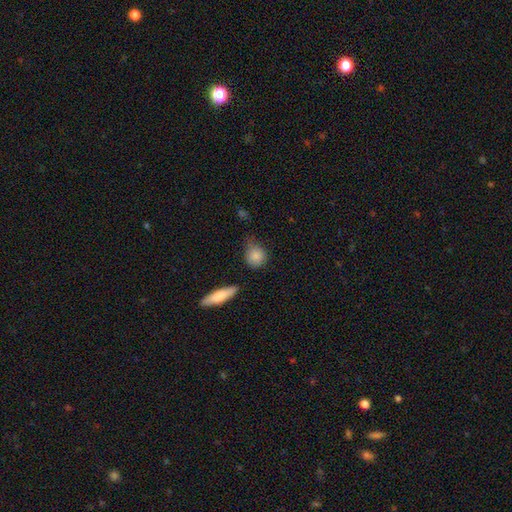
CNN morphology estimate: A smooth galaxy with no disk features (84%) that is round (66%). Merging: none (60%).